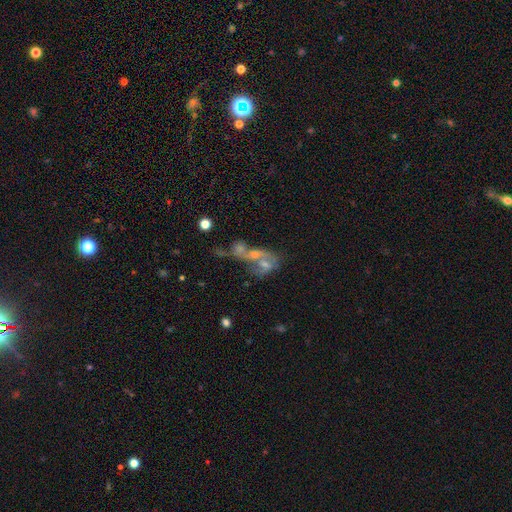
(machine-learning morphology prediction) Smooth or featured? featured or disk (54%)
Edge-on disk? no (93%)
Merging? merger (65%)